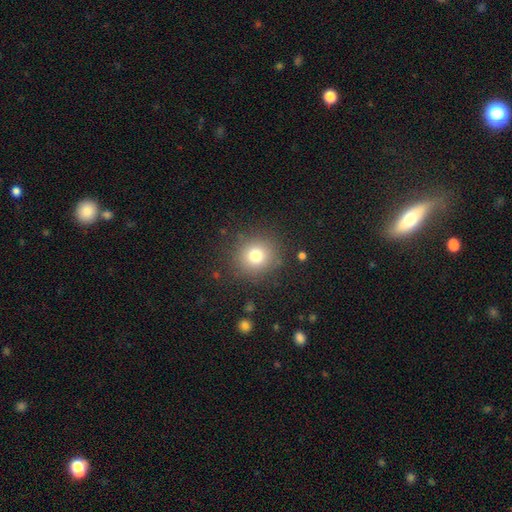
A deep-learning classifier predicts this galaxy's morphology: Smooth or featured: smooth — 77% (star or artifact — 13%)
How rounded: round — 91% (in between — 8%)
Merging: none — 86% (minor disturbance — 8%)